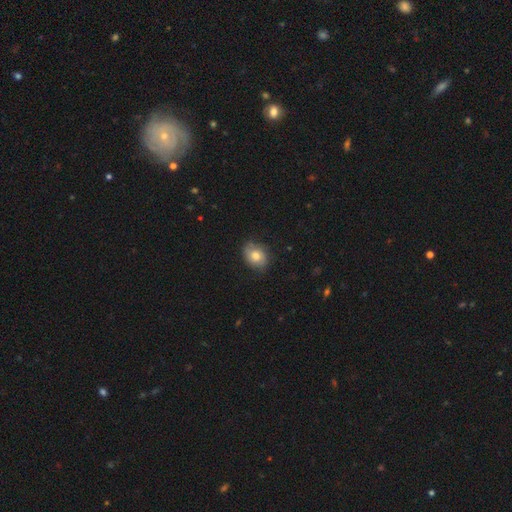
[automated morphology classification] Smooth or featured? smooth (63%)
How rounded? in between (52%)
Merging? none (75%)